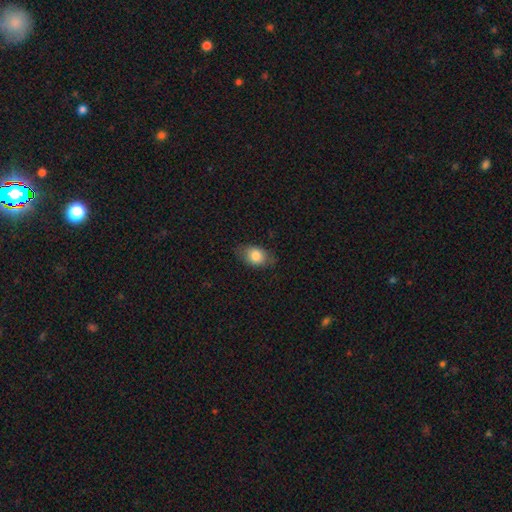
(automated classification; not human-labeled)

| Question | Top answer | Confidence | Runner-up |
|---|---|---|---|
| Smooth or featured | smooth | 81% | featured or disk (11%) |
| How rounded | in between | 77% | round (21%) |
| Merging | none | 75% | minor disturbance (19%) |